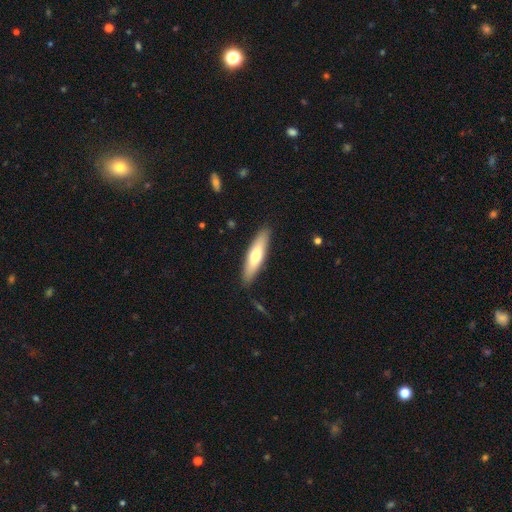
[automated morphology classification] Q: Smooth or featured?
A: smooth (64%); runner-up: featured or disk (31%)
Q: How rounded?
A: cigar-shaped (70%); runner-up: in between (29%)
Q: Merging?
A: none (89%); runner-up: minor disturbance (8%)